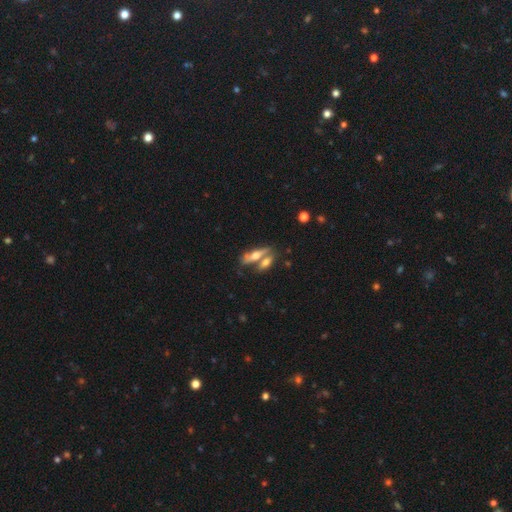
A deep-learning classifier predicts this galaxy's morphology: smooth-or-featured: featured or disk: 48% | smooth: 44% | star or artifact: 8%
  merging: merger: 45% | none: 39% | minor disturbance: 10% | major disturbance: 5%